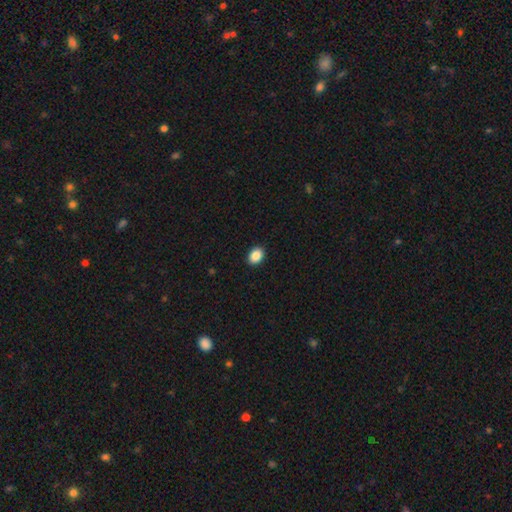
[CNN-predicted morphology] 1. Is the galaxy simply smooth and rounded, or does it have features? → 89% smooth, 8% star or artifact, 3% featured or disk.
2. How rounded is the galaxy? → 70% in between, 29% round, 1% cigar-shaped.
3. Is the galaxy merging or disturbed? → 92% none, 6% minor disturbance, 2% major disturbance, 1% merger.